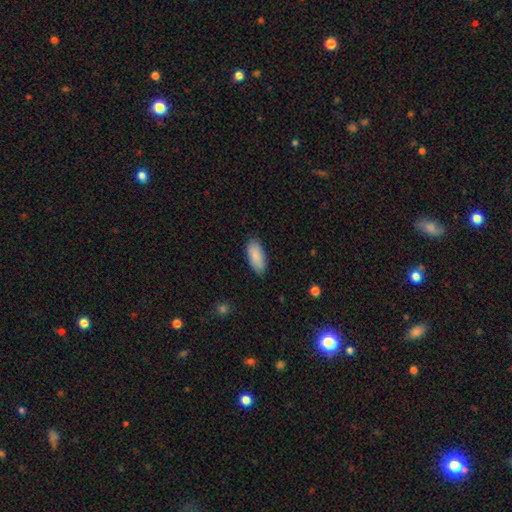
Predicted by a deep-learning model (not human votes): Smooth or featured?
  - smooth: 89% *
  - star or artifact: 6%
  - featured or disk: 5%
How rounded?
  - in between: 86% *
  - cigar-shaped: 12%
  - round: 2%
Merging?
  - none: 83% *
  - minor disturbance: 14%
  - major disturbance: 2%
  - merger: 1%